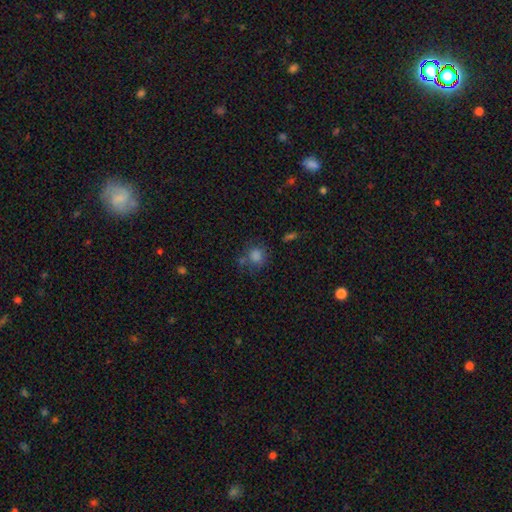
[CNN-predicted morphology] Q: Smooth or featured?
A: smooth (77%); runner-up: star or artifact (15%)
Q: How rounded?
A: round (79%); runner-up: in between (20%)
Q: Merging?
A: none (60%); runner-up: minor disturbance (17%)